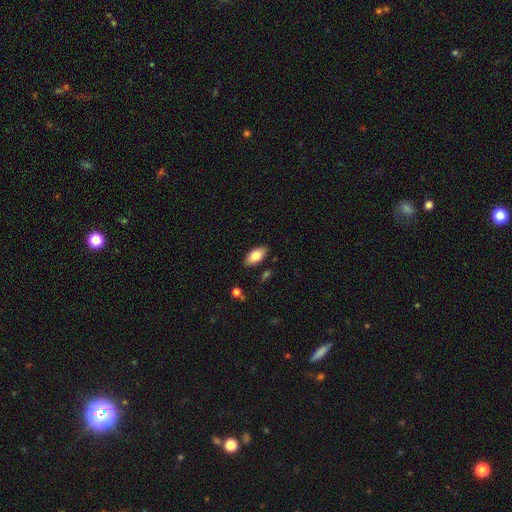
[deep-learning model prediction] Q: Smooth or featured?
A: smooth (77%); runner-up: featured or disk (16%)
Q: How rounded?
A: in between (91%); runner-up: cigar-shaped (6%)
Q: Merging?
A: none (86%); runner-up: minor disturbance (10%)